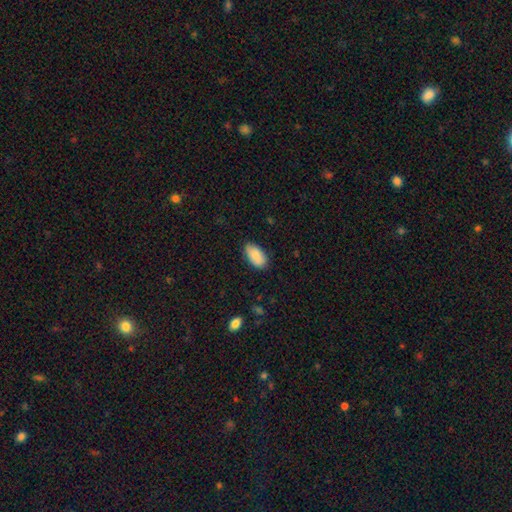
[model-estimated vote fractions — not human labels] Smooth or featured? smooth (88%)
How rounded? in between (94%)
Merging? none (82%)